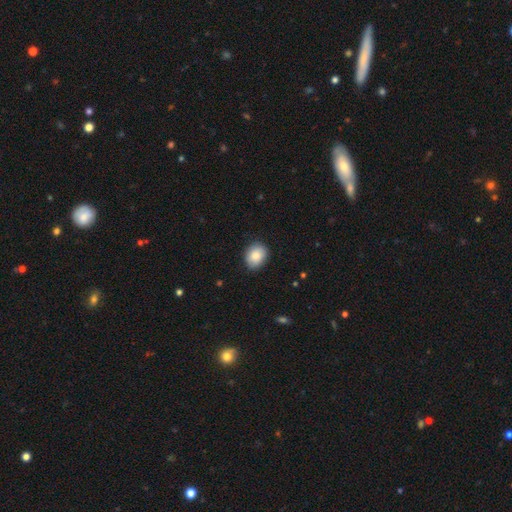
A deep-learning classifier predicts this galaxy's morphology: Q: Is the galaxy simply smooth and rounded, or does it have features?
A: smooth — 86%.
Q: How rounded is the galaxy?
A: in between — 53%.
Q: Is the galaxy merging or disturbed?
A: none — 86%.